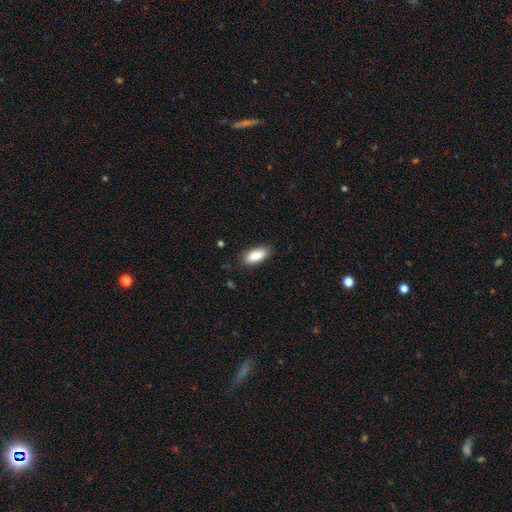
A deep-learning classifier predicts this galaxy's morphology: smooth-or-featured: smooth: 89% | star or artifact: 6% | featured or disk: 5%
  how-rounded: in between: 87% | cigar-shaped: 12% | round: 2%
  merging: none: 84% | minor disturbance: 12% | major disturbance: 3% | merger: 1%